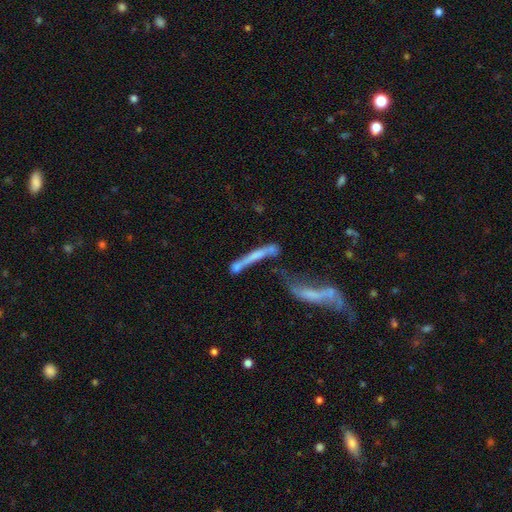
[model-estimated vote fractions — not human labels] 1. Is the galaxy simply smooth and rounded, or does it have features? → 48% featured or disk, 40% smooth, 12% star or artifact.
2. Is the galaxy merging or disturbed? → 54% merger, 19% none, 16% major disturbance, 10% minor disturbance.